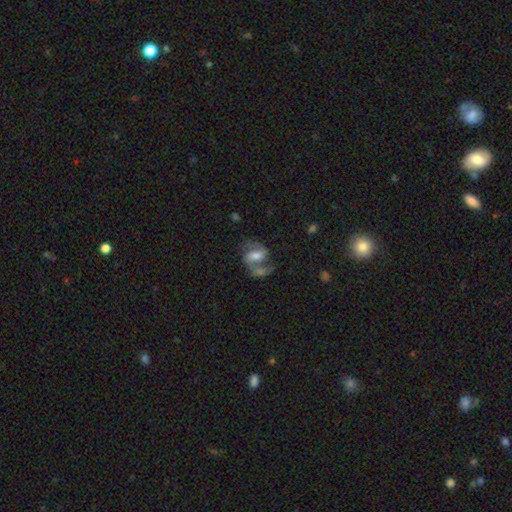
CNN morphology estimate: A featured or disk galaxy (77%) with a weak bar (46%), 2 (87%) medium (55%) spiral arms (92%) and a moderate central bulge (57%).

Vote fractions:
- Smooth or featured? featured or disk: 77% / smooth: 16% / star or artifact: 7%
- Edge-on disk? no: 97% / yes: 3%
- Bar? weak: 46% / no: 29% / strong: 25%
- Spiral arms? yes: 92% / no: 8%
- Spiral winding? medium: 55% / loose: 30% / tight: 15%
- Spiral arm count? 2: 87% / 1: 6% / can't tell: 4% / 3: 1% / 4: 1% / more than 4: 1%
- Bulge size? moderate: 57% / small: 23% / large: 15% / none: 4% / dominant: 2%
- Merging? none: 46% / merger: 25% / minor disturbance: 16% / major disturbance: 14%